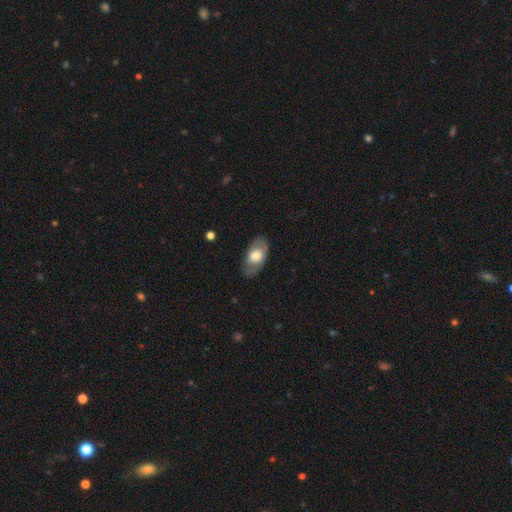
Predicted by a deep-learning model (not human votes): The model was most divided on "smooth or featured": smooth: 55%, featured or disk: 39%, star or artifact: 6%. More confident: how rounded — in between (90%); merging — none (76%).